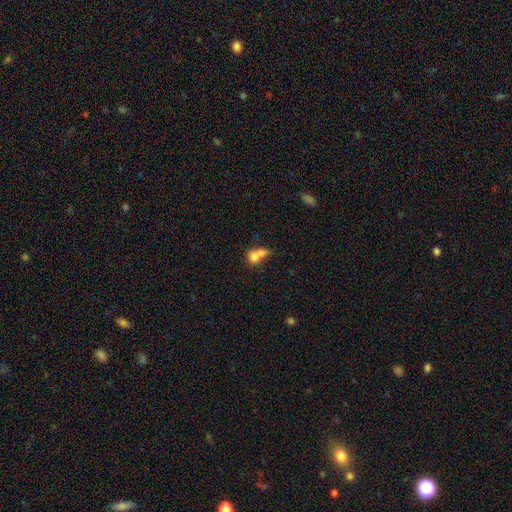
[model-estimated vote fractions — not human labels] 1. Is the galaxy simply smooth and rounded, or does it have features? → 73% smooth, 17% featured or disk, 10% star or artifact.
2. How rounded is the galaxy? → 54% round, 43% in between, 3% cigar-shaped.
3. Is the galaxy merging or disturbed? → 68% merger, 19% none, 7% minor disturbance, 6% major disturbance.